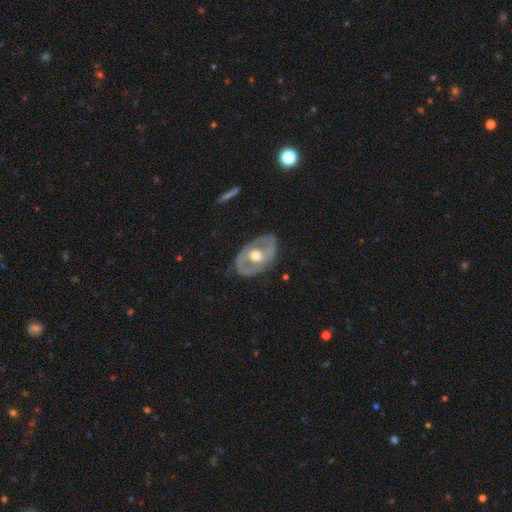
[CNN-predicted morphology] Overall: featured or disk (73%). Edge-on disk: no (92%). Bar: no (59%; weak 27%). Spiral arms: no (55%; yes 45%). Bulge size: moderate (75%). Merging: none (78%).